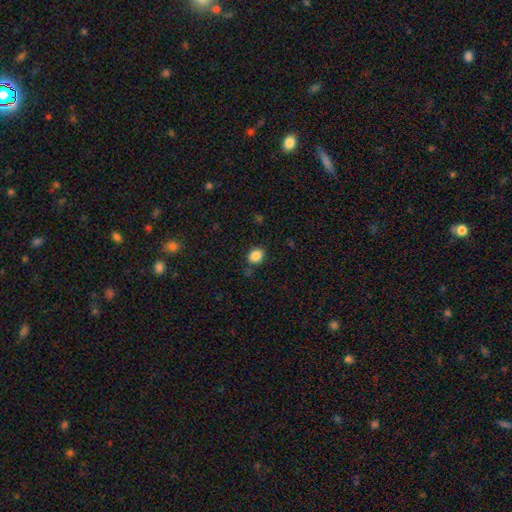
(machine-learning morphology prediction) smooth-or-featured: smooth: 86% | star or artifact: 10% | featured or disk: 4%
  how-rounded: in between: 59% | round: 40% | cigar-shaped: 1%
  merging: none: 81% | minor disturbance: 13% | major disturbance: 3% | merger: 3%